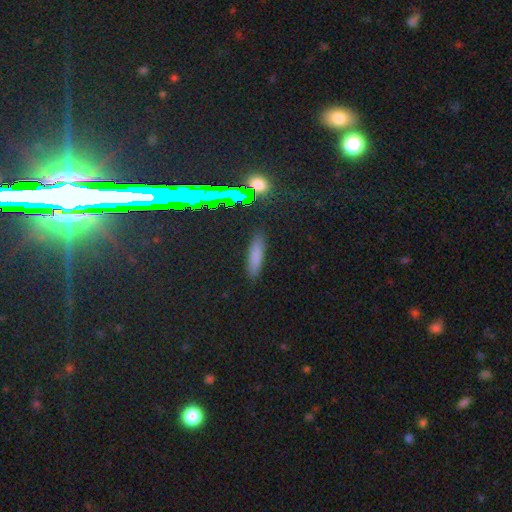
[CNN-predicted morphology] Smooth or featured?
  - smooth: 71% *
  - star or artifact: 19%
  - featured or disk: 11%
How rounded?
  - cigar-shaped: 75% *
  - in between: 22%
  - round: 3%
Merging?
  - none: 88% *
  - minor disturbance: 8%
  - major disturbance: 2%
  - merger: 2%